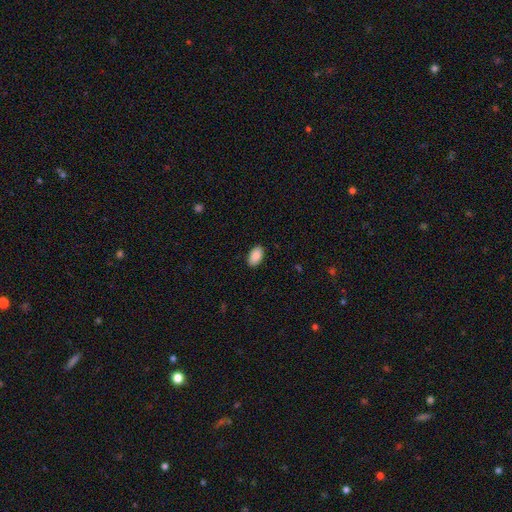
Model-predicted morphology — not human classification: Q: Smooth or featured?
A: smooth (88%); runner-up: star or artifact (7%)
Q: How rounded?
A: in between (95%); runner-up: round (4%)
Q: Merging?
A: none (89%); runner-up: minor disturbance (8%)